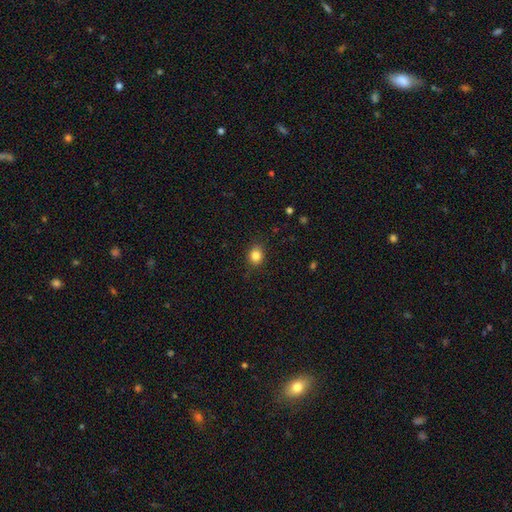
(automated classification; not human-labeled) smooth-or-featured: smooth: 84% | star or artifact: 11% | featured or disk: 5%
  how-rounded: round: 66% | in between: 33% | cigar-shaped: 1%
  merging: none: 88% | minor disturbance: 9% | major disturbance: 2% | merger: 1%